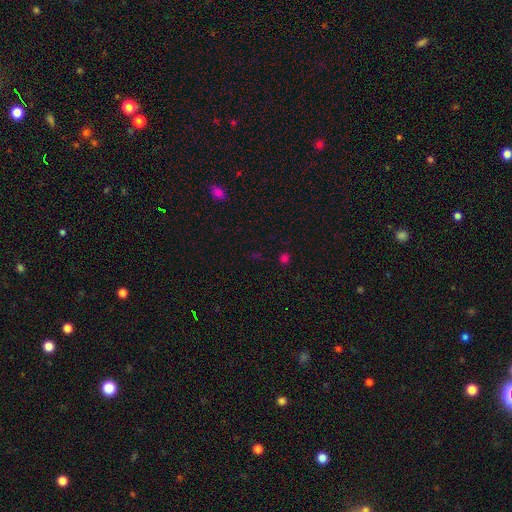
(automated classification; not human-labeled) Q: Smooth or featured?
A: star or artifact (56%); runner-up: smooth (38%)